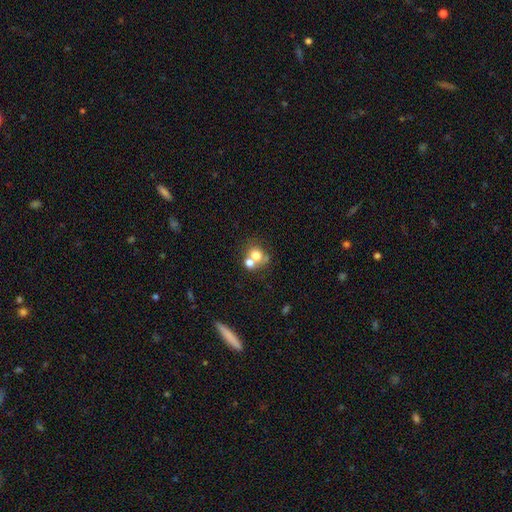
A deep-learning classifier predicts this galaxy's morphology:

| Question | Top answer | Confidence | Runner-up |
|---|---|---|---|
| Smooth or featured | smooth | 69% | featured or disk (19%) |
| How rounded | round | 70% | in between (29%) |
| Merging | merger | 52% | none (35%) |